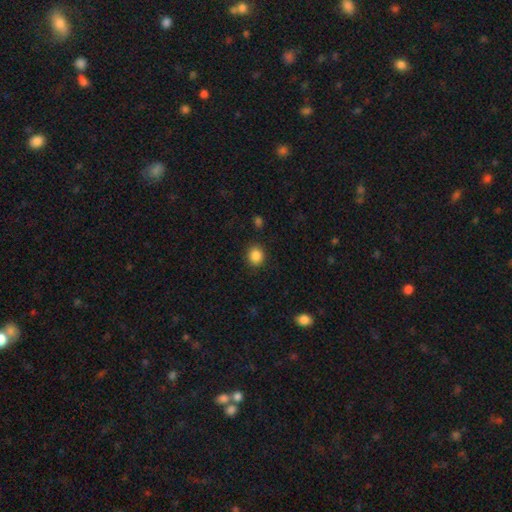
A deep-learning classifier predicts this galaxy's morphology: type=smooth (87%); roundness=round (81%); merging=none (89%).